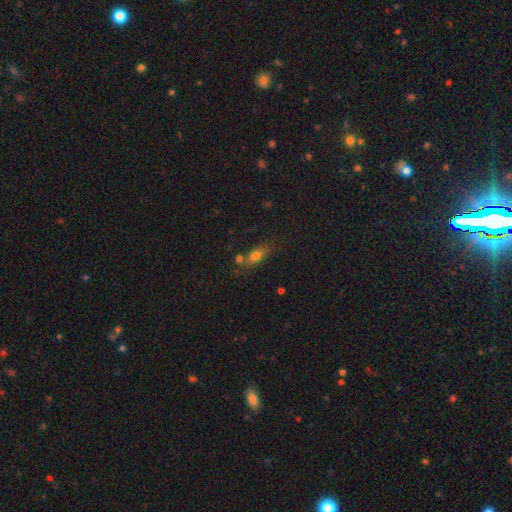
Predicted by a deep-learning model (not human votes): Morphology: type=smooth (74%); roundness=in between (72%); merging=none (52%).